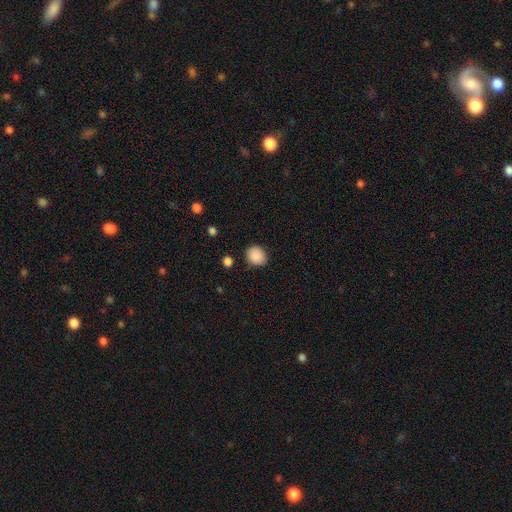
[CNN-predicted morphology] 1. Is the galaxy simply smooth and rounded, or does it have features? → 89% smooth, 8% star or artifact, 3% featured or disk.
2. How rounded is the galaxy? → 66% round, 33% in between, 1% cigar-shaped.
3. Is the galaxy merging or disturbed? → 84% none, 11% minor disturbance, 3% major disturbance, 2% merger.